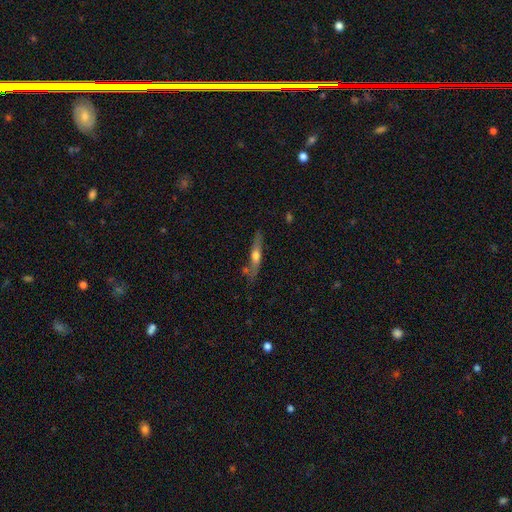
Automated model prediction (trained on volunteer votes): A featured or disk galaxy (52%) viewed edge-on (86%).

Vote fractions:
- Smooth or featured? featured or disk: 52% / smooth: 42% / star or artifact: 6%
- Edge-on disk? yes: 86% / no: 14%
- Merging? none: 74% / minor disturbance: 16% / merger: 6% / major disturbance: 4%